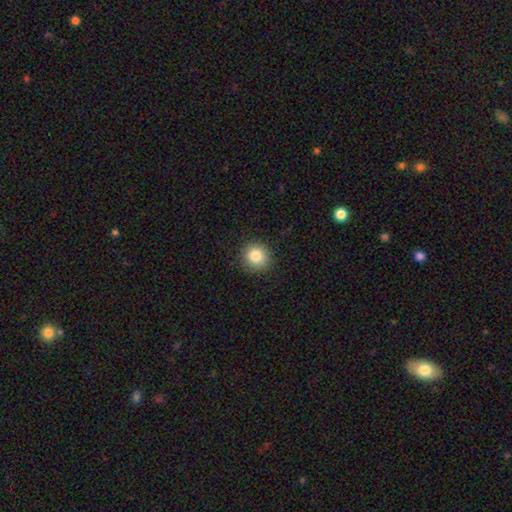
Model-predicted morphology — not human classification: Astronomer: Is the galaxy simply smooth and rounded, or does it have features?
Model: smooth — 84%.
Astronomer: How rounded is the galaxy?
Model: round — 89%.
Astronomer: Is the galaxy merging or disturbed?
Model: none — 90%.